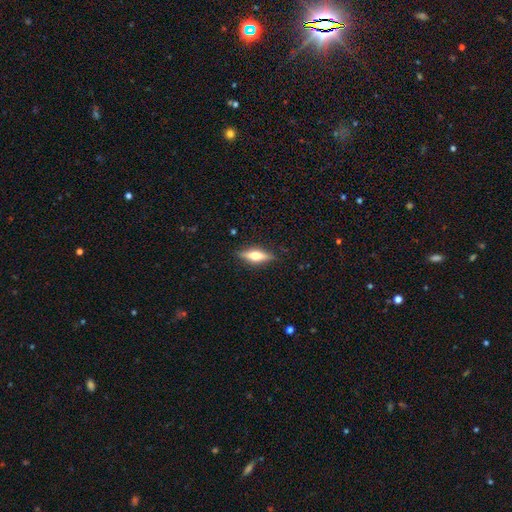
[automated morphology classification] The model was most divided on "smooth or featured": featured or disk: 56%, smooth: 37%, star or artifact: 7%. More confident: edge-on disk — yes (94%); edge-on bulge — rounded (92%); merging — none (87%).